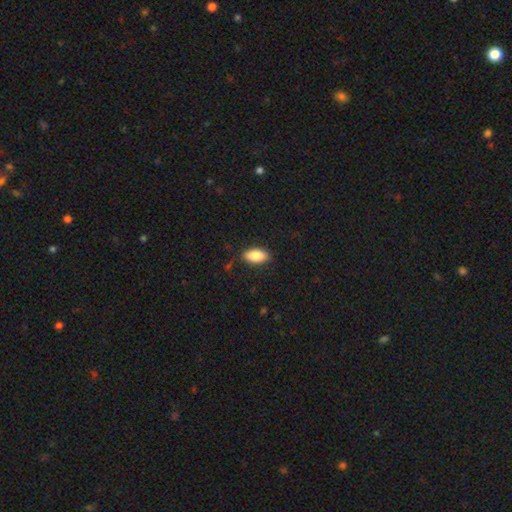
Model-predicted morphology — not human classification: smooth-or-featured: smooth: 85% | featured or disk: 8% | star or artifact: 7%
  how-rounded: in between: 92% | cigar-shaped: 5% | round: 4%
  merging: none: 85% | minor disturbance: 11% | major disturbance: 2% | merger: 1%